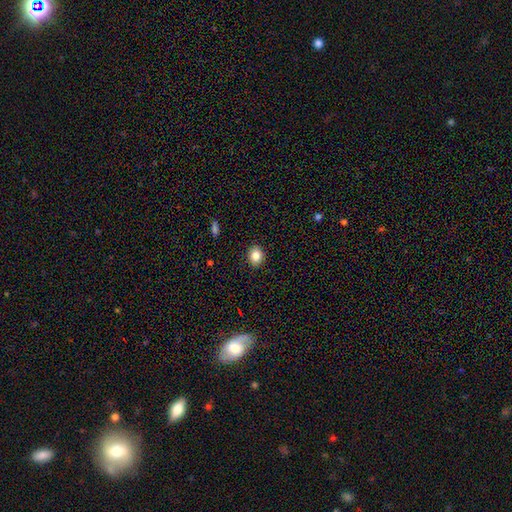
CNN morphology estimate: Smooth or featured? Predicted: smooth (p=0.84). How rounded? Predicted: round (p=0.53). Merging? Predicted: none (p=0.90).